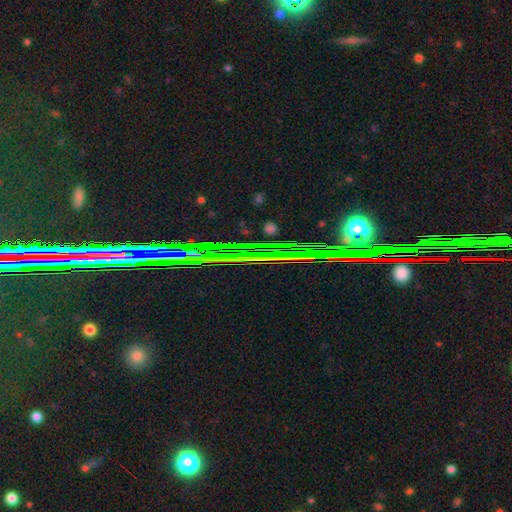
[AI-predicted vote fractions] Morphology: type=star or artifact (80%).